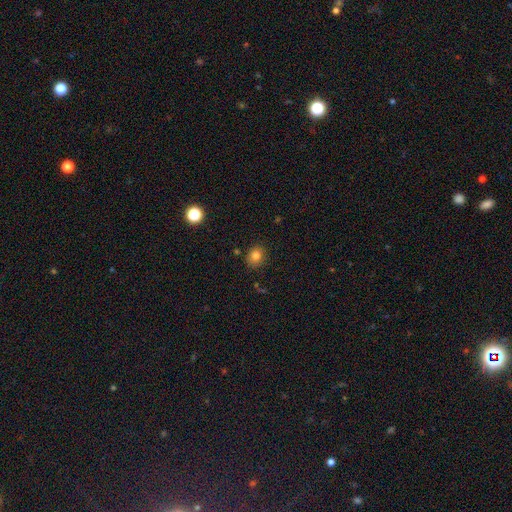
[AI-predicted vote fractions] This is clearly a smooth galaxy (81%). How rounded: possibly round (56%). Merging: clearly none (84%).